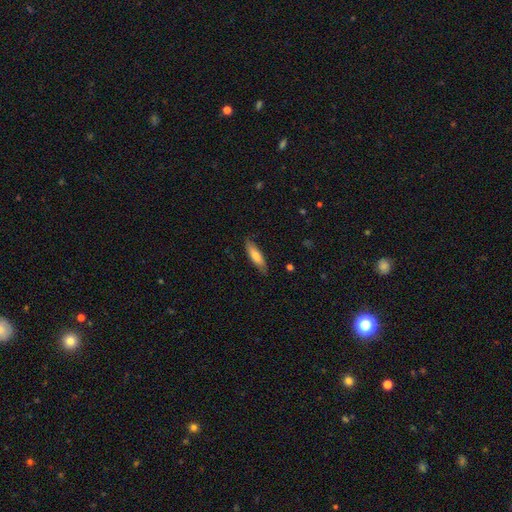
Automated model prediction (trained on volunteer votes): Smooth or featured? smooth (73%)
How rounded? cigar-shaped (65%)
Merging? none (82%)